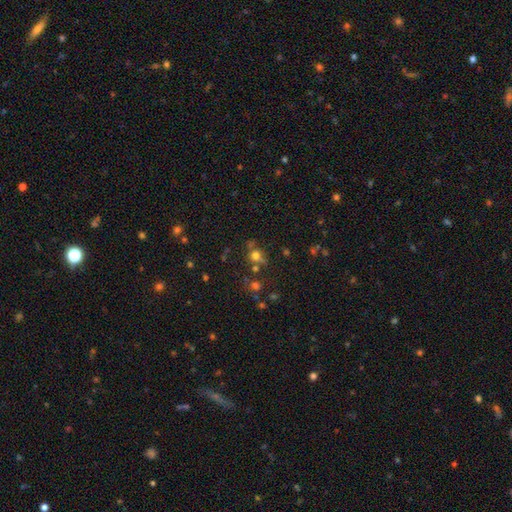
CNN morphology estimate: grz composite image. It shows a smooth galaxy with no disk features (65%) that is round (83%). Merging: none (63%).